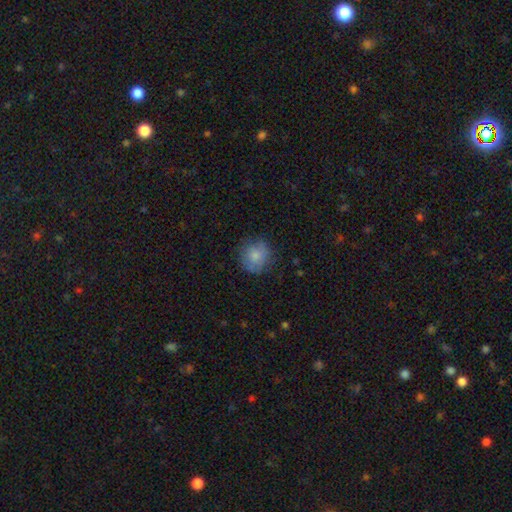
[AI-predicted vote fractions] smooth_or_featured: smooth (p=0.78) [alt: featured or disk p=0.14]
how_rounded: round (p=0.86) [alt: in between p=0.13]
merging: none (p=0.74) [alt: minor disturbance p=0.19]